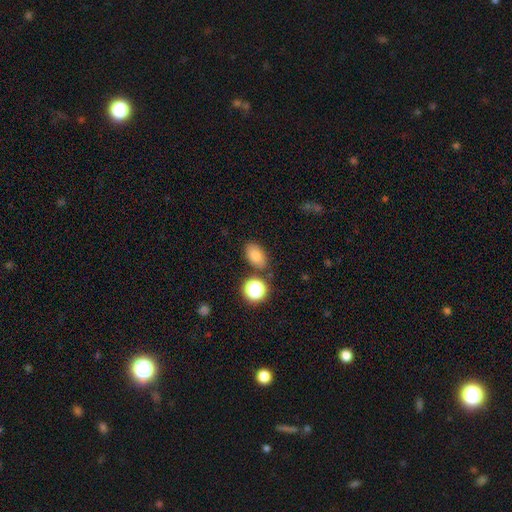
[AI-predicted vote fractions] smooth 76%, star or artifact 15%, featured or disk 9%. Down the decision tree: how rounded — in between (83%); merging — none (81%).